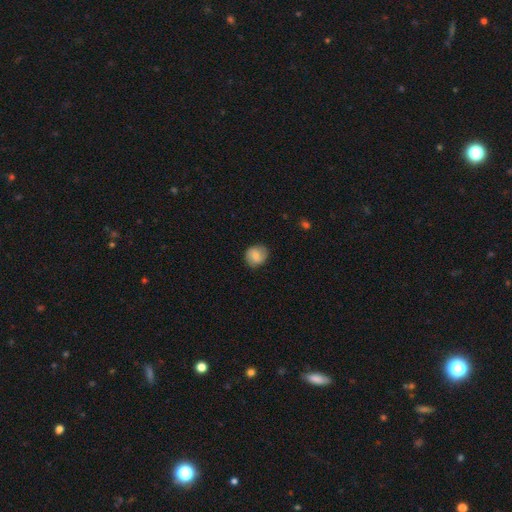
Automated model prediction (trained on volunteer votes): Smooth or featured? smooth (73%)
How rounded? round (80%)
Merging? none (83%)